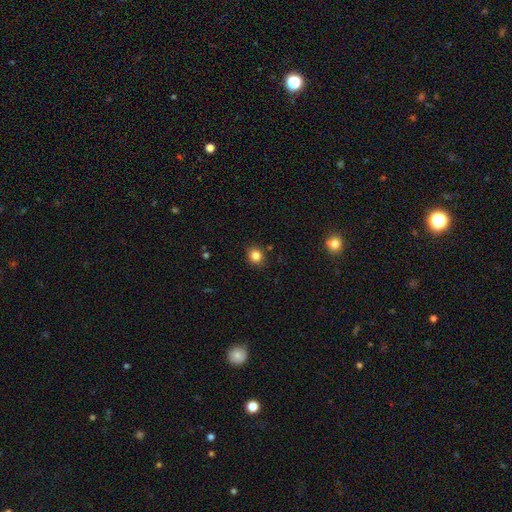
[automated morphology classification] Smooth or featured? Predicted: smooth (p=0.84). How rounded? Predicted: round (p=0.72). Merging? Predicted: none (p=0.87).